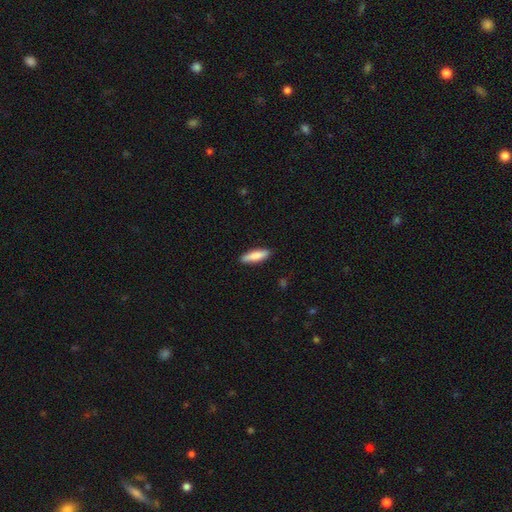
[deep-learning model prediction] smooth_or_featured: smooth (p=0.82) [alt: featured or disk p=0.13]
how_rounded: cigar-shaped (p=0.64) [alt: in between p=0.34]
merging: none (p=0.88) [alt: minor disturbance p=0.09]